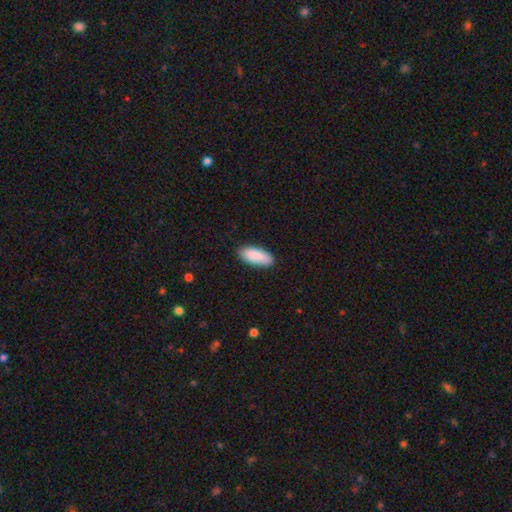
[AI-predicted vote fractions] smooth-or-featured: smooth: 90% | star or artifact: 6% | featured or disk: 4%
  how-rounded: in between: 86% | cigar-shaped: 13% | round: 2%
  merging: none: 87% | minor disturbance: 10% | major disturbance: 2% | merger: 1%